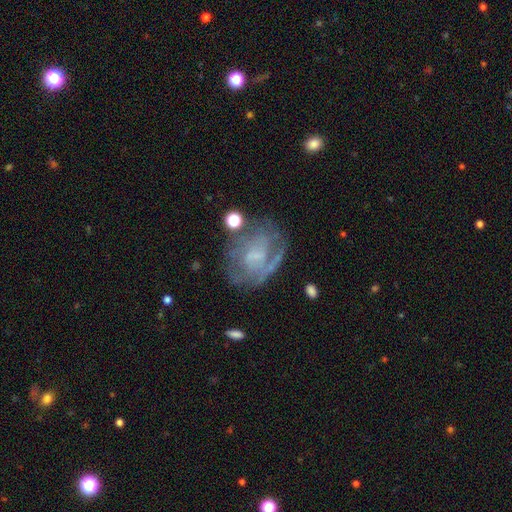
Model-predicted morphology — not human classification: type=featured or disk (68%); edge-on=no (97%); bar=no (55%); spiral arms=yes (65%); bulge=none (43%); merging=none (52%).